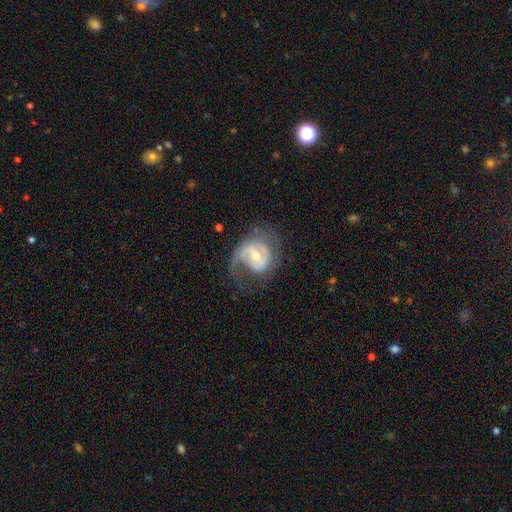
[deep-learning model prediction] Smooth or featured? featured or disk (82%)
Edge-on disk? no (98%)
Bar? weak (51%)
Spiral arms? yes (91%)
Spiral winding? medium (45%)
Spiral arm count? 2 (54%)
Bulge size? moderate (59%)
Merging? none (50%)